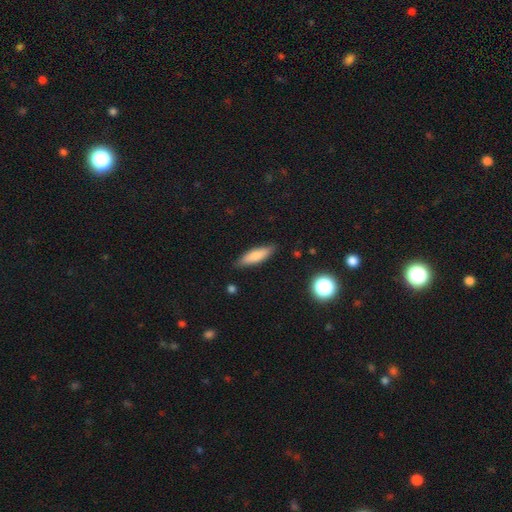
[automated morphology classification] Smooth or featured?
  - smooth: 78% *
  - featured or disk: 15%
  - star or artifact: 7%
How rounded?
  - cigar-shaped: 60% *
  - in between: 38%
  - round: 2%
Merging?
  - none: 85% *
  - minor disturbance: 11%
  - major disturbance: 2%
  - merger: 1%